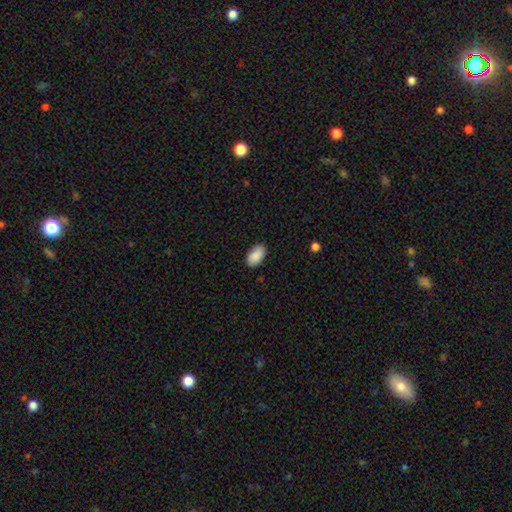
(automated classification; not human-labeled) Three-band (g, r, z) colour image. It shows a smooth galaxy with no disk features (91%) that is in between round and cigar-shaped (95%). Merging: none (88%).